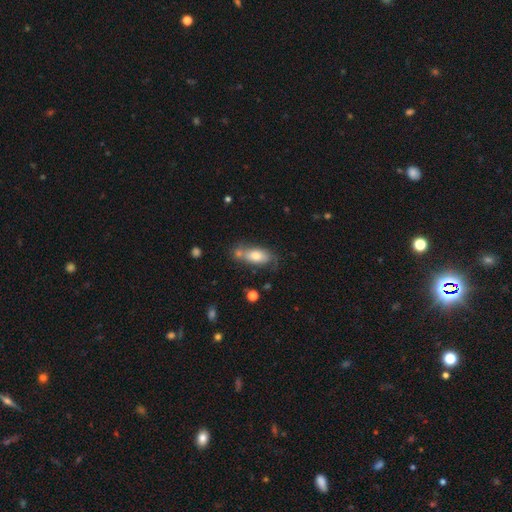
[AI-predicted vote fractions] A smooth galaxy with no disk features (68%) that is in between round and cigar-shaped (86%). Merging: none (49%).